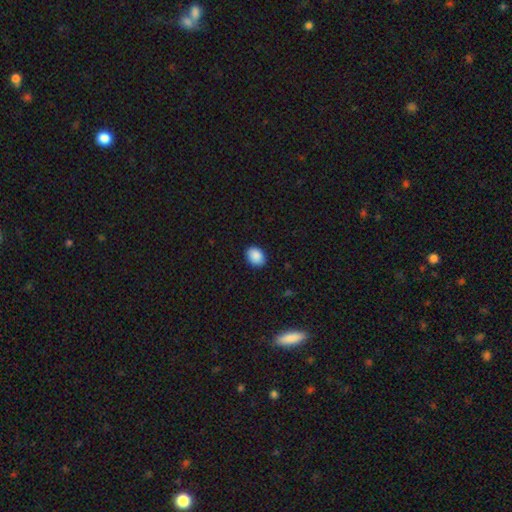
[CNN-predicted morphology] Overall: smooth (90%). How rounded: in between (69%; round 30%). Merging: none (89%).